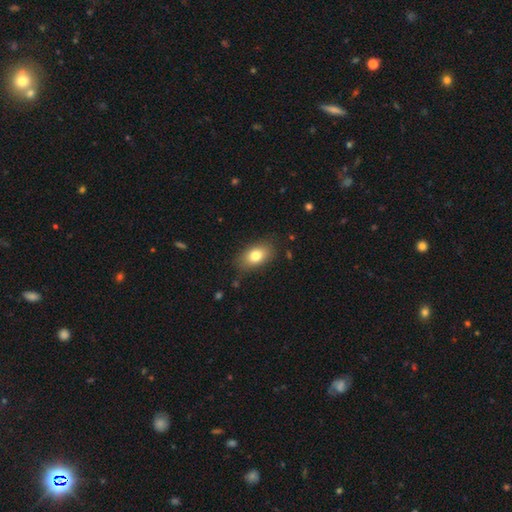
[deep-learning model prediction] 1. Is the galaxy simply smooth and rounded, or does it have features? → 79% smooth, 12% featured or disk, 8% star or artifact.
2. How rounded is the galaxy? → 86% in between, 11% round, 3% cigar-shaped.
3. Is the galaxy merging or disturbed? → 83% none, 13% minor disturbance, 3% major disturbance, 1% merger.